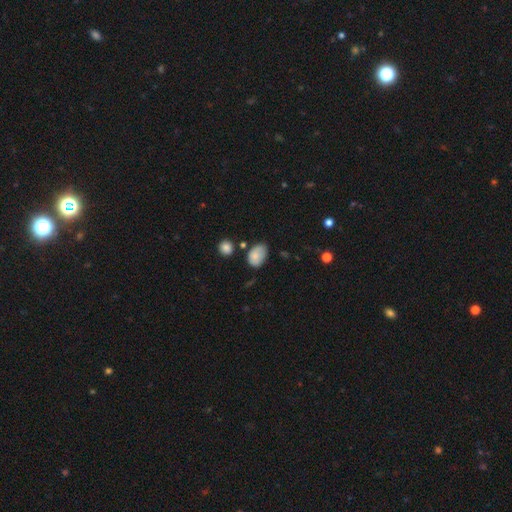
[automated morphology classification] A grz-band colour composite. It shows a smooth galaxy with no disk features (81%) that is in between round and cigar-shaped (83%). Merging: none (57%).